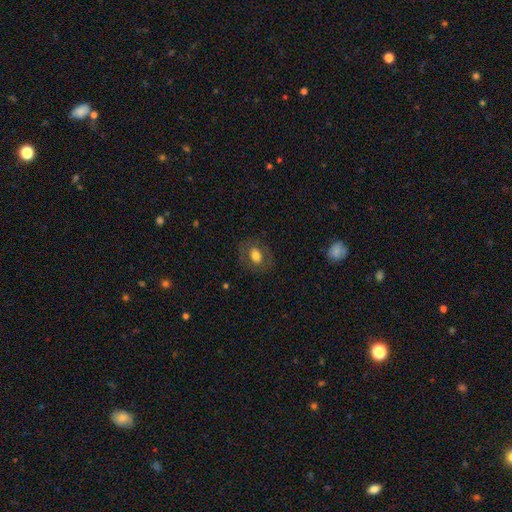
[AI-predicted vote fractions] smooth_or_featured: smooth (p=0.64) [alt: featured or disk p=0.27]
how_rounded: in between (p=0.60) [alt: round p=0.39]
merging: none (p=0.81) [alt: minor disturbance p=0.11]